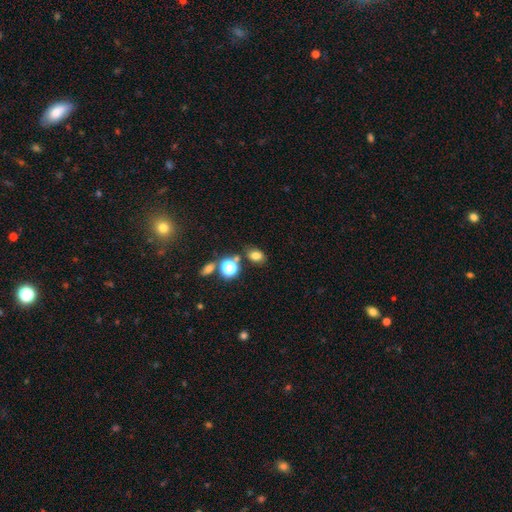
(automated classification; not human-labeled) This is likely a smooth galaxy (75%). How rounded: likely in between (68%). Merging: likely none (74%).